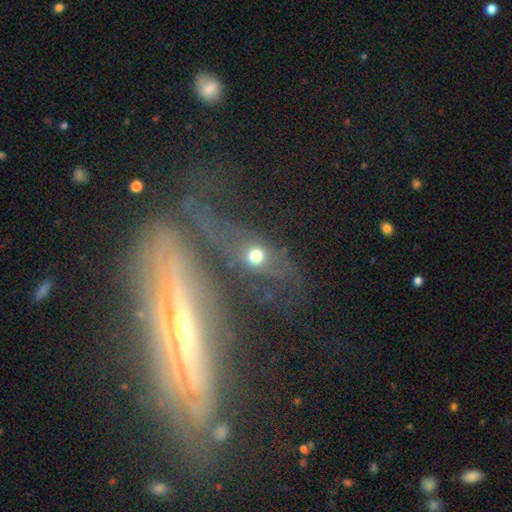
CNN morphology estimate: Smooth or featured? Predicted: featured or disk (p=0.38). Merging? Predicted: none (p=0.47).